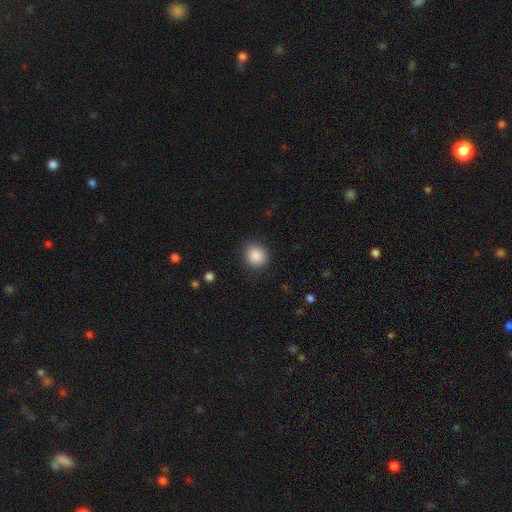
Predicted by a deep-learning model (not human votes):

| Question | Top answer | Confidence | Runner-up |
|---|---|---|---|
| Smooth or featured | smooth | 87% | star or artifact (9%) |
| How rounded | round | 81% | in between (18%) |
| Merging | none | 87% | minor disturbance (9%) |